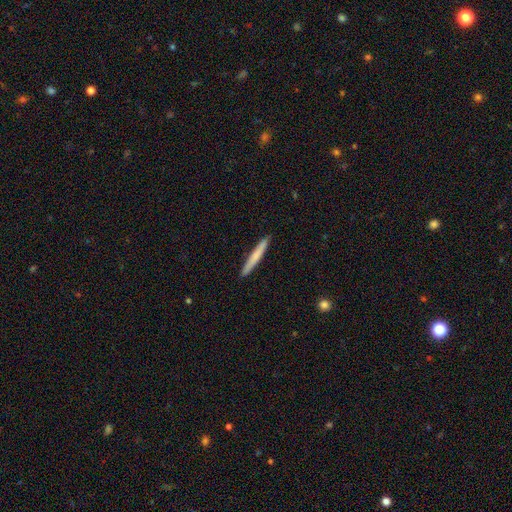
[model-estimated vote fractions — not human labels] A smooth galaxy with no disk features (68%) that is cigar-shaped (97%).

Vote fractions:
- Smooth or featured? smooth: 68% / featured or disk: 27% / star or artifact: 5%
- How rounded? cigar-shaped: 97% / in between: 2% / round: 1%
- Merging? none: 92% / minor disturbance: 5% / major disturbance: 1% / merger: 1%